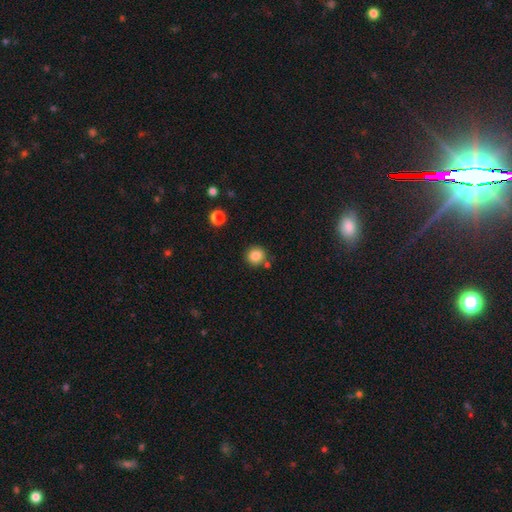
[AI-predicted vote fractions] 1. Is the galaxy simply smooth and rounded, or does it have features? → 85% smooth, 10% star or artifact, 5% featured or disk.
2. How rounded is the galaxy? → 92% round, 7% in between, 1% cigar-shaped.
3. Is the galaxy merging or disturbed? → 82% none, 8% minor disturbance, 7% merger, 2% major disturbance.